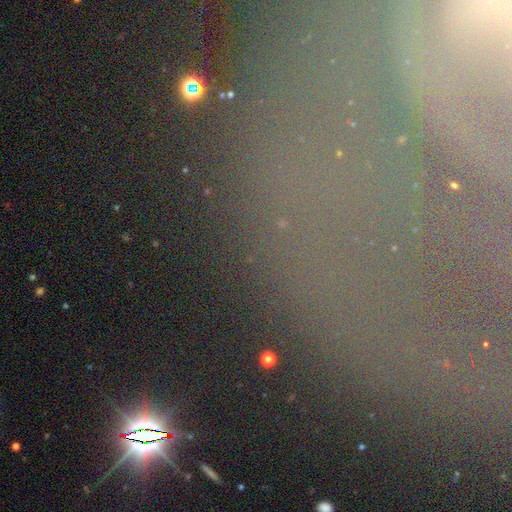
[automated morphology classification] type=star or artifact (69%).